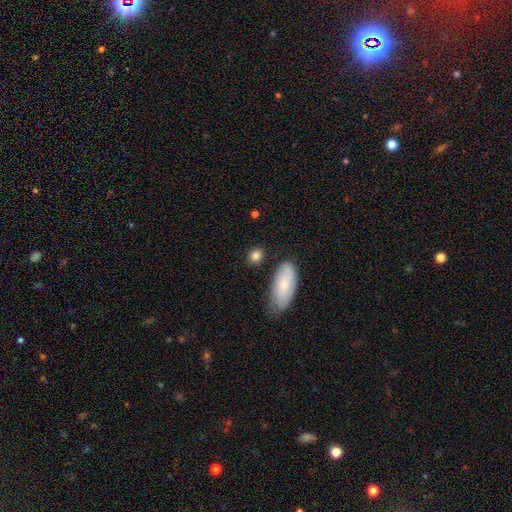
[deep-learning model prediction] Smooth or featured: smooth — 84% (star or artifact — 8%)
How rounded: round — 56% (in between — 40%)
Merging: none — 79% (minor disturbance — 13%)